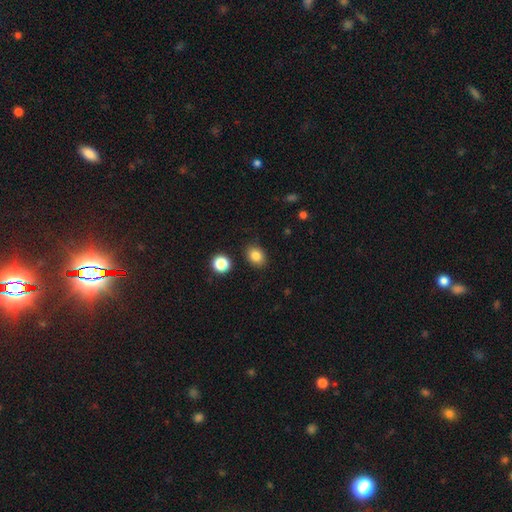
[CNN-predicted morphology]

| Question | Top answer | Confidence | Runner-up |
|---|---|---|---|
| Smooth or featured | smooth | 84% | star or artifact (10%) |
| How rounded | in between | 62% | round (37%) |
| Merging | none | 86% | minor disturbance (9%) |